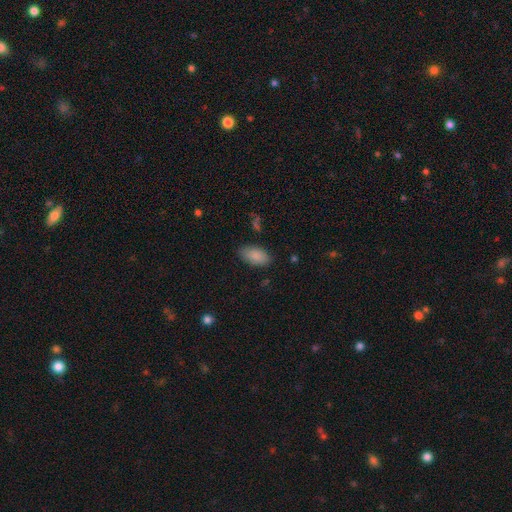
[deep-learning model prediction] Overall: smooth (87%). How rounded: in between (94%). Merging: none (83%).